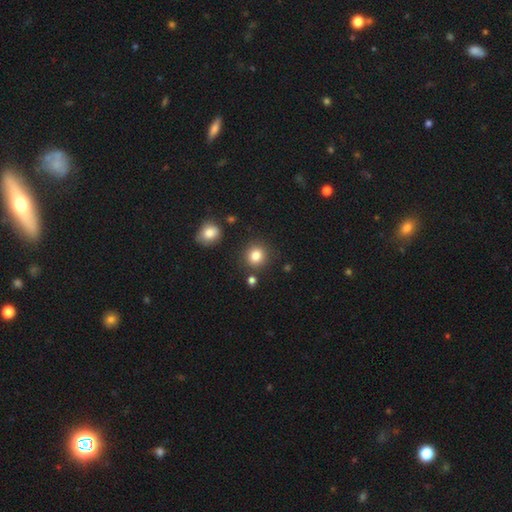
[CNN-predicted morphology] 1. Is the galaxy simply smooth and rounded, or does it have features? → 83% smooth, 11% star or artifact, 6% featured or disk.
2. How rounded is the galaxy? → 87% round, 12% in between, 1% cigar-shaped.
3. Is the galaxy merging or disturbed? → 85% none, 8% minor disturbance, 4% merger, 3% major disturbance.